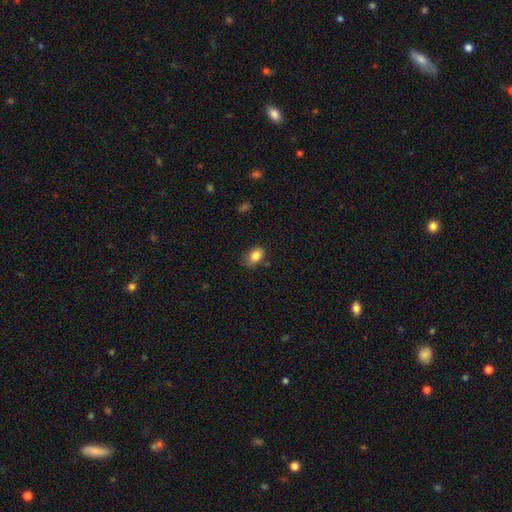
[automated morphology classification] smooth-or-featured: smooth: 85% | star or artifact: 9% | featured or disk: 6%
  how-rounded: in between: 75% | round: 24% | cigar-shaped: 1%
  merging: none: 70% | minor disturbance: 22% | major disturbance: 5% | merger: 3%